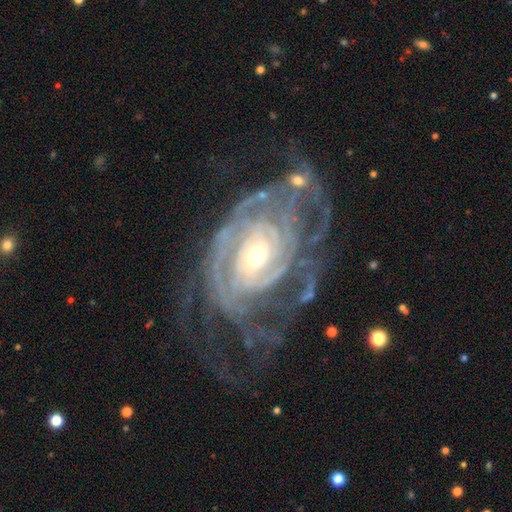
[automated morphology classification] This appears to be a featured or disk galaxy (90%) with no bar (62%), tight (72%) spiral arms (96%) and a small central bulge (49%). Merging: none (51%).